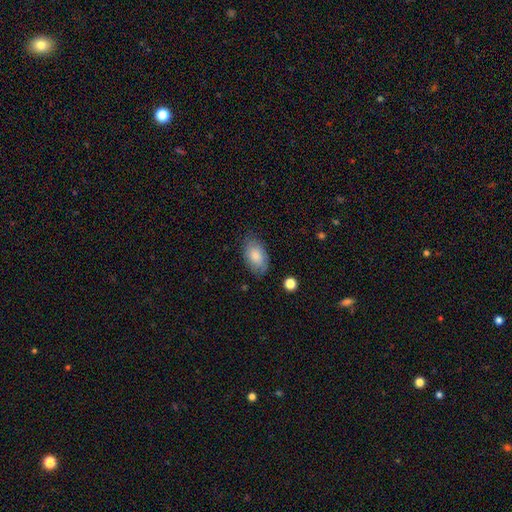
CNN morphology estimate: Smooth or featured? smooth (76%)
How rounded? in between (92%)
Merging? none (76%)